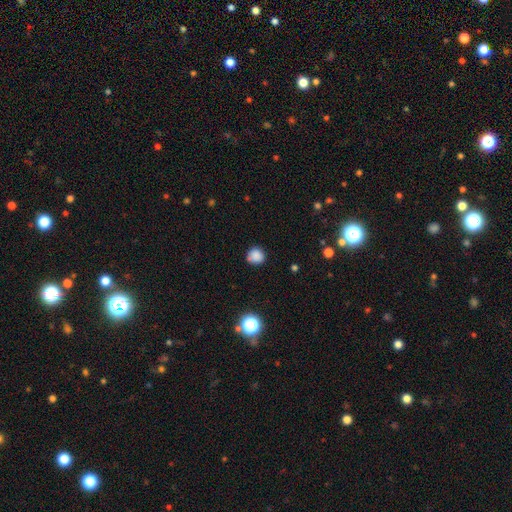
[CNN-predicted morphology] type=smooth (84%); roundness=round (86%); merging=none (78%).